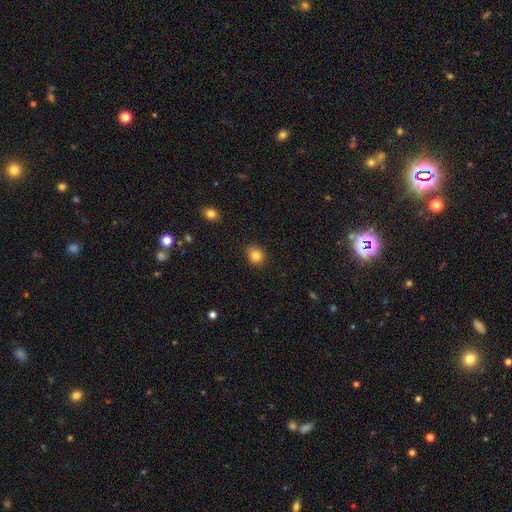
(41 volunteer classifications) Morphology: type=smooth (80%); roundness=round (61%); merging=none (89%).